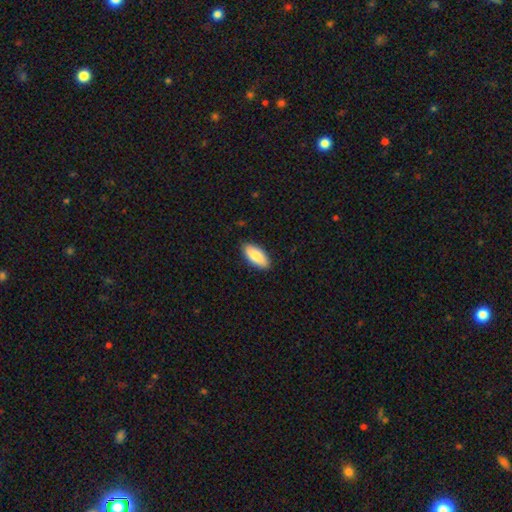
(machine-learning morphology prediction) A smooth galaxy with no disk features (85%) that is in between round and cigar-shaped (87%). Merging: none (88%).